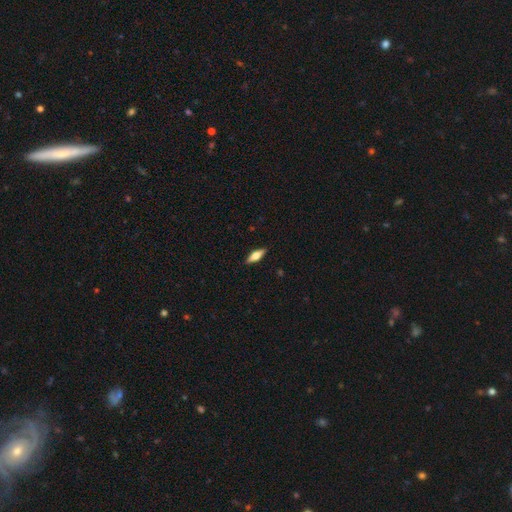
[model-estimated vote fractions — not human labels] Morphology: type=smooth (52%); roundness=in between (56%); merging=none (89%).